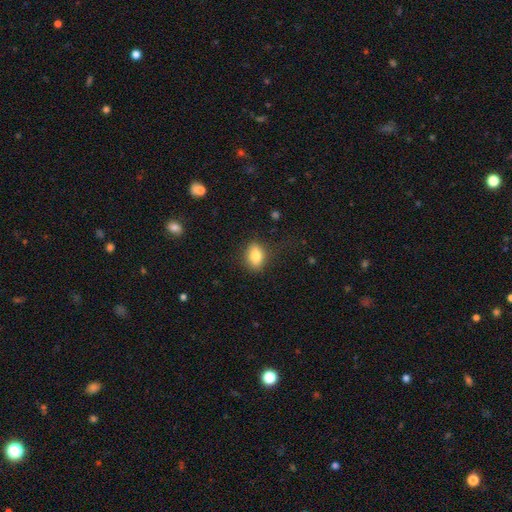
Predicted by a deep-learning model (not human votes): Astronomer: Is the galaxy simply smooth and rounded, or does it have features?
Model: smooth — 81%.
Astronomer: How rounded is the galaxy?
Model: in between — 75%.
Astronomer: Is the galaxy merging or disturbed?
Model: none — 82%.